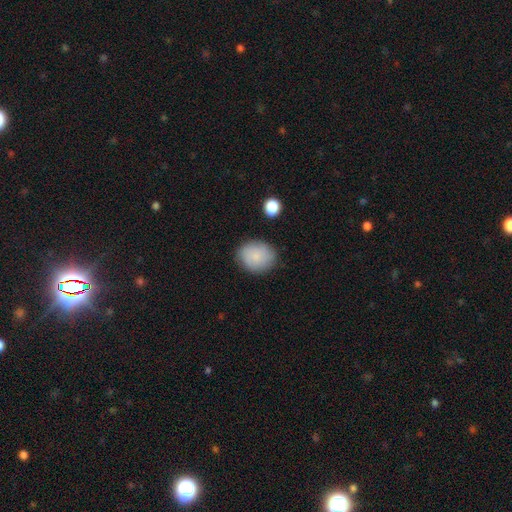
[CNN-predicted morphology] type=smooth (84%); roundness=round (62%); merging=none (82%).